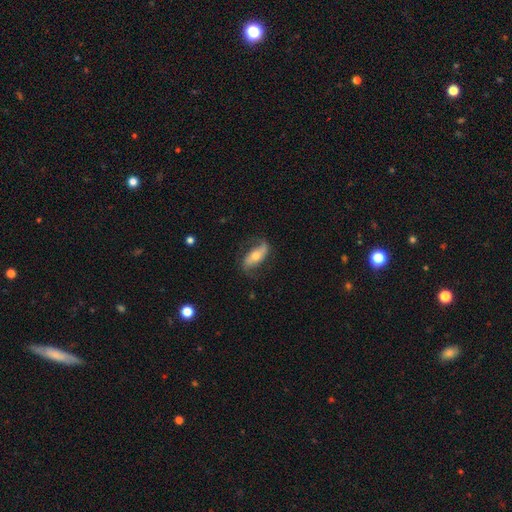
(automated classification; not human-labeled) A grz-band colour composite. It shows a featured or disk galaxy (62%) with no bar (41%), spiral arms (83%) and a moderate central bulge (65%). Merging: none (72%).